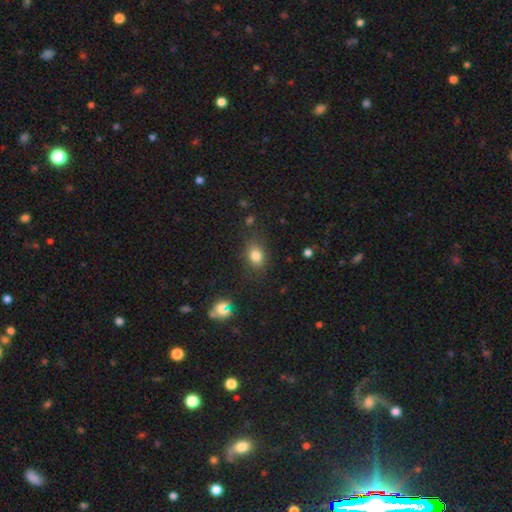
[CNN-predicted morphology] smooth 79%, star or artifact 13%, featured or disk 8%. Down the decision tree: how rounded — in between (65%); merging — none (81%).